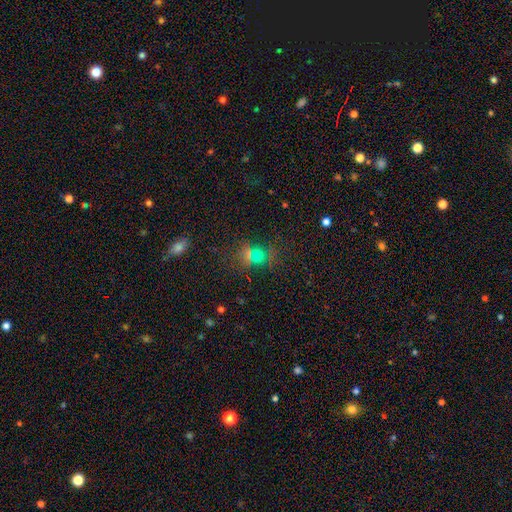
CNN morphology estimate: smooth_or_featured: smooth (p=0.57) [alt: star or artifact p=0.33]
how_rounded: round (p=0.64) [alt: in between p=0.33]
merging: none (p=0.65) [alt: merger p=0.14]